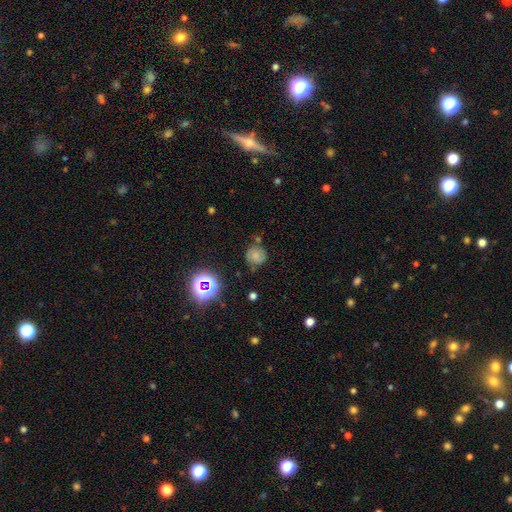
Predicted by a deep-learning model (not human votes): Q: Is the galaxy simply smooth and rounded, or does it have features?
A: smooth — 62%.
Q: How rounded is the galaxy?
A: round — 88%.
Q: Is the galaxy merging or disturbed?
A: none — 68%.